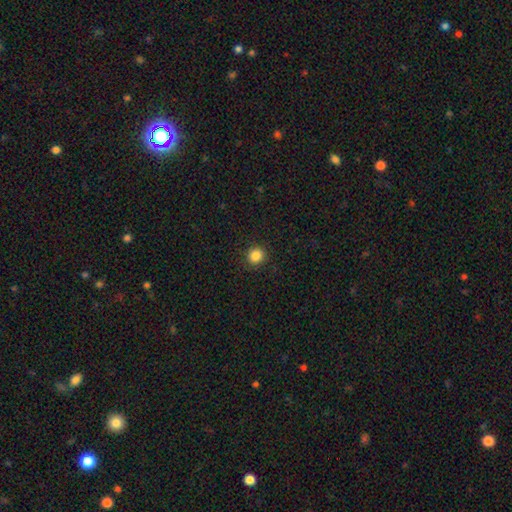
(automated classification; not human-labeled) A smooth galaxy with no disk features (85%) that is round (92%).

Vote fractions:
- Smooth or featured? smooth: 85% / star or artifact: 11% / featured or disk: 4%
- How rounded? round: 92% / in between: 8% / cigar-shaped: 1%
- Merging? none: 91% / minor disturbance: 6% / major disturbance: 2% / merger: 1%